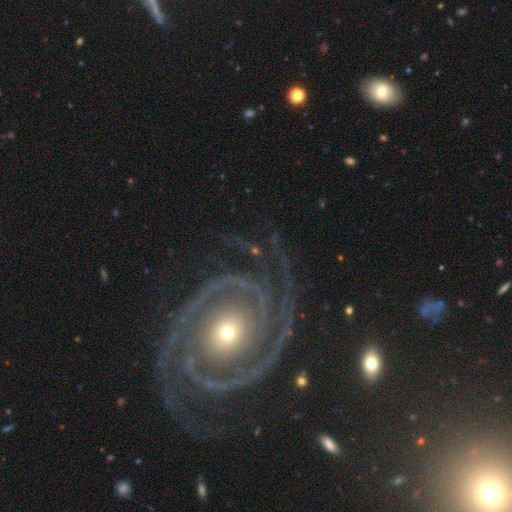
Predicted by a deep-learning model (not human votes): smooth-or-featured: featured or disk: 93% | star or artifact: 5% | smooth: 2%
  disk-edge-on: no: 98% | yes: 2%
    bar: no: 71% | weak: 15% | strong: 14%
    has-spiral-arms: yes: 99% | no: 1%
      spiral-winding: tight: 81% | medium: 17% | loose: 3%
      spiral-arm-count: 2: 81% | 3: 7% | can't tell: 3% | 4: 3% | more than 4: 3% | 1: 3%
    bulge-size: small: 51% | moderate: 45% | large: 2% | dominant: 1% | none: 1%
  merging: none: 81% | minor disturbance: 12% | major disturbance: 5% | merger: 2%